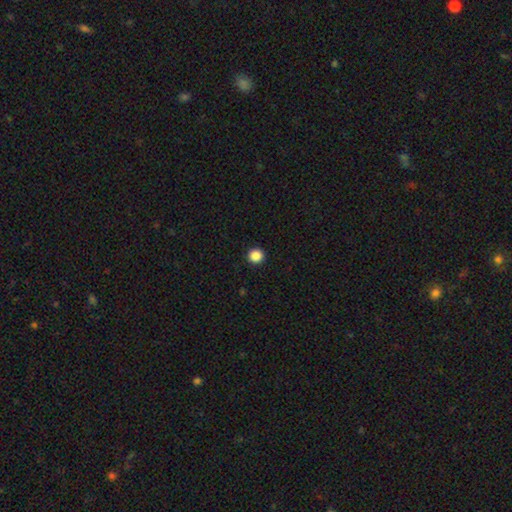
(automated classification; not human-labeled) This appears to be a smooth galaxy with no disk features (87%) that is round (95%). Merging: none (93%).